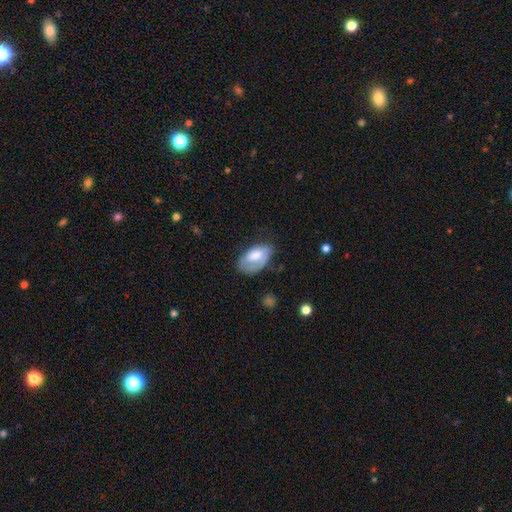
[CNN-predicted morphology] Q: Smooth or featured?
A: smooth (60%); runner-up: featured or disk (34%)
Q: How rounded?
A: in between (93%); runner-up: round (5%)
Q: Merging?
A: none (50%); runner-up: minor disturbance (31%)